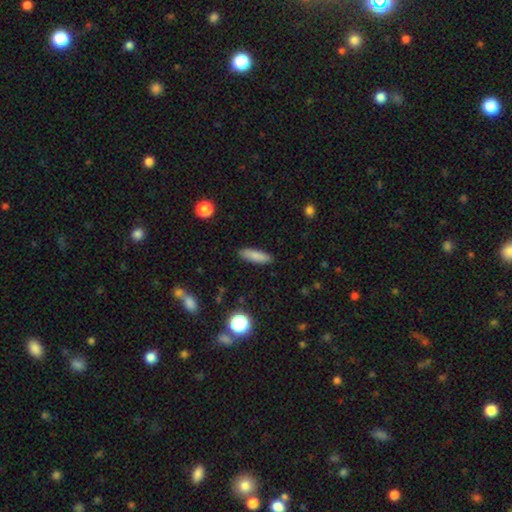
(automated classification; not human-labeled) The model was most divided on "how rounded": cigar-shaped: 61%, in between: 37%, round: 2%. More confident: merging — none (89%); smooth or featured — smooth (84%).